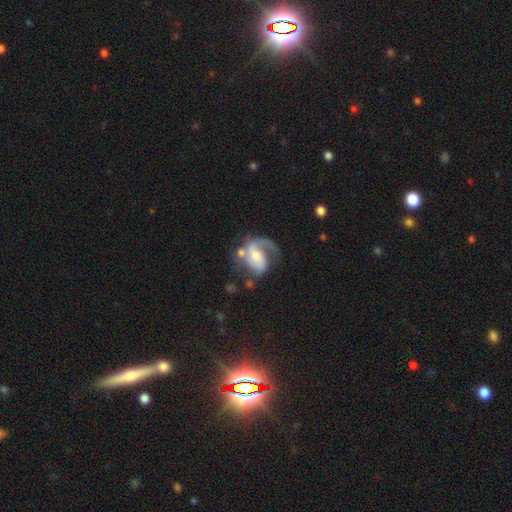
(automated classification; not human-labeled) A featured or disk galaxy (80%) with a weak bar (44%), 1 (53%) medium (44%) spiral arms (92%) and a moderate central bulge (54%).

Vote fractions:
- Smooth or featured? featured or disk: 80% / smooth: 14% / star or artifact: 6%
- Edge-on disk? no: 97% / yes: 3%
- Bar? weak: 44% / no: 35% / strong: 21%
- Spiral arms? yes: 92% / no: 8%
- Spiral winding? medium: 44% / loose: 38% / tight: 19%
- Spiral arm count? 1: 53% / 2: 38% / can't tell: 5% / 3: 2% / 4: 1% / more than 4: 1%
- Bulge size? moderate: 54% / small: 34% / large: 7% / none: 4% / dominant: 1%
- Merging? none: 40% / major disturbance: 30% / minor disturbance: 18% / merger: 12%